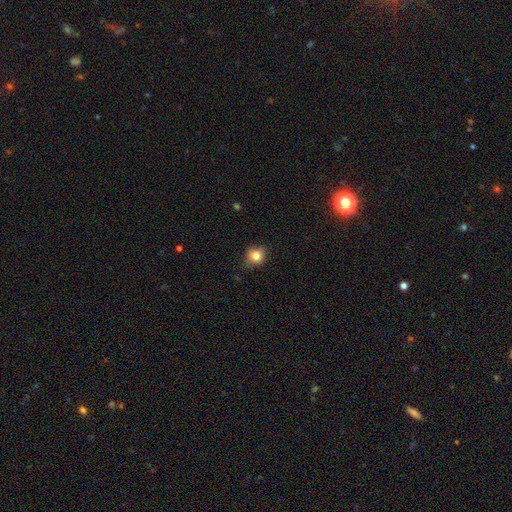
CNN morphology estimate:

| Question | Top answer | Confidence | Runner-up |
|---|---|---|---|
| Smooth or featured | smooth | 80% | star or artifact (11%) |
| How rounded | round | 76% | in between (23%) |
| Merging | none | 75% | minor disturbance (20%) |